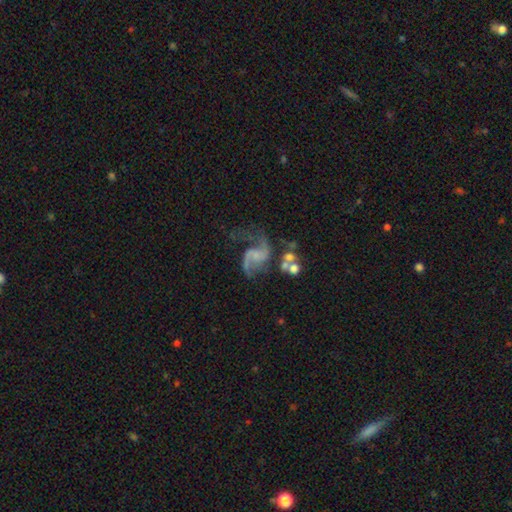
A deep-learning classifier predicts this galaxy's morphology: This is clearly a featured or disk galaxy (86%). It is clearly not viewed edge-on (98%). Bar: possibly no (57%). Spiral arm pattern: clearly yes (96%). Spiral arm count: clearly 2 (88%). Spiral winding: likely loose (62%). Central bulge: marginally small (44%). Merging: possibly none (47%).